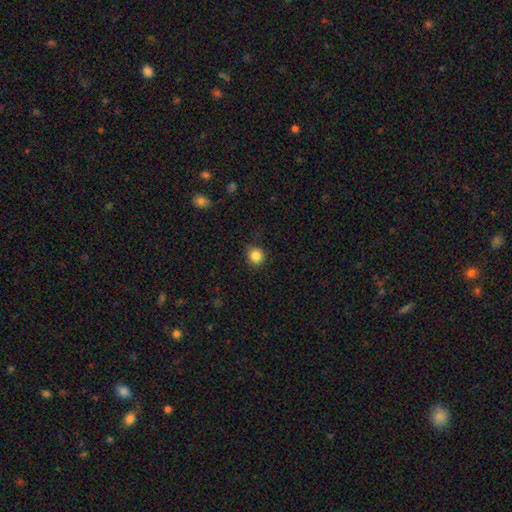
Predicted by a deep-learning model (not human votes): Morphology: type=smooth (84%); roundness=round (91%); merging=none (82%).